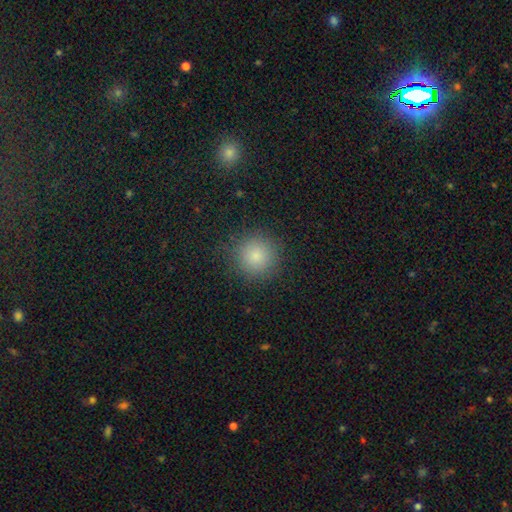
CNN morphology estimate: Overall: smooth (83%). How rounded: round (94%). Merging: none (89%).